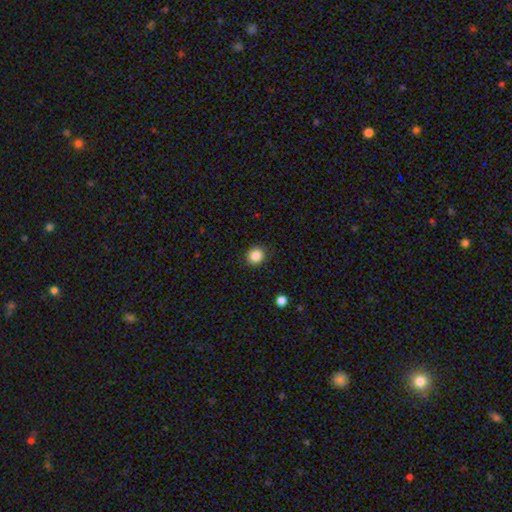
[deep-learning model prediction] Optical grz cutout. It shows a smooth galaxy with no disk features (85%) that is round (87%). Merging: none (91%).